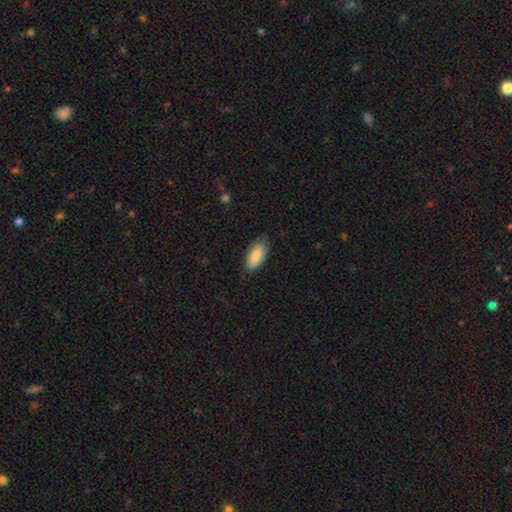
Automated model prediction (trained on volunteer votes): Smooth or featured? Predicted: smooth (p=0.84). How rounded? Predicted: in between (p=0.90). Merging? Predicted: none (p=0.79).